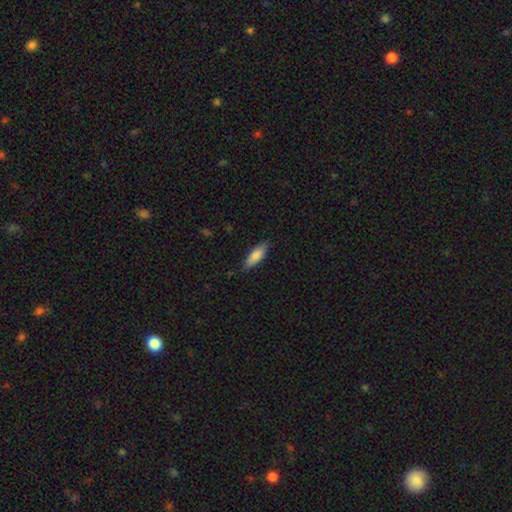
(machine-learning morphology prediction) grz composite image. It shows a smooth galaxy with no disk features (79%) that is in between round and cigar-shaped (54%). Merging: none (83%).